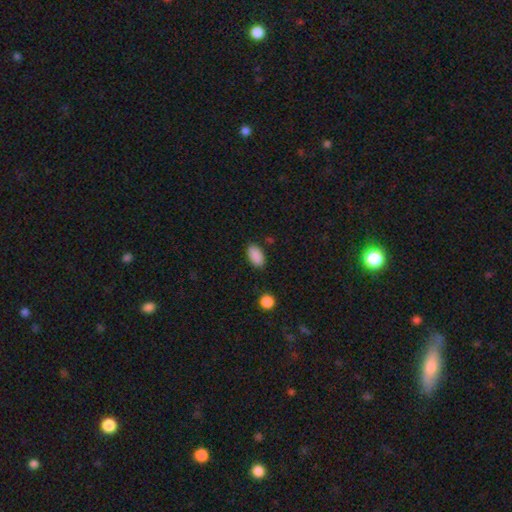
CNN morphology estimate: This appears to be a smooth galaxy with no disk features (89%) that is in between round and cigar-shaped (93%). Merging: none (85%).